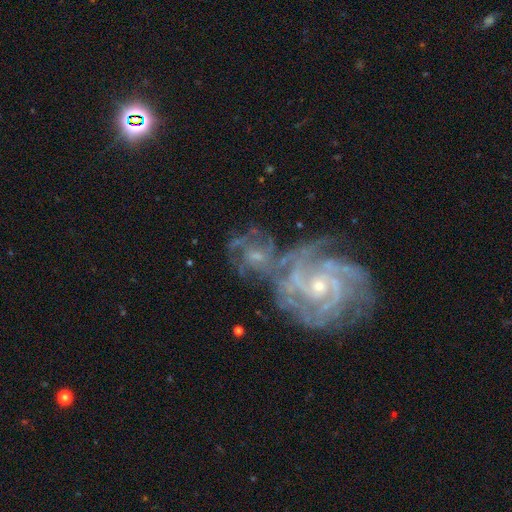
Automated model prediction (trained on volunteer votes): smooth_or_featured: featured or disk (p=0.80) [alt: smooth p=0.11]
disk_edge_on: no (p=0.97) [alt: yes p=0.03]
bar: no (p=0.55) [alt: weak p=0.35]
has_spiral_arms: yes (p=0.90) [alt: no p=0.10]
spiral_winding: tight (p=0.51) [alt: medium p=0.38]
spiral_arm_count: can't tell (p=0.30) [alt: 3 p=0.28]
bulge_size: small (p=0.51) [alt: moderate p=0.35]
merging: merger (p=0.56) [alt: none p=0.22]